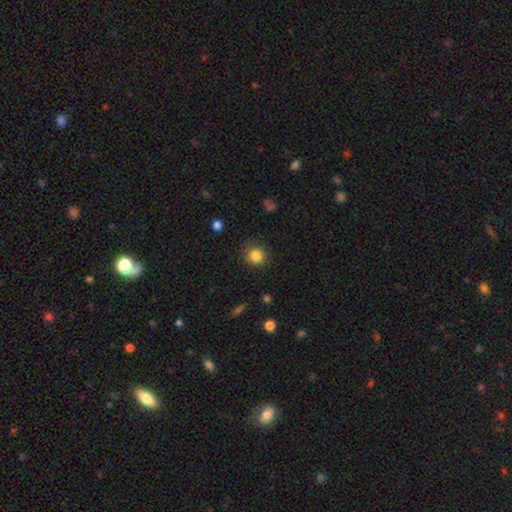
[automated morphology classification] A smooth galaxy with no disk features (85%) that is round (90%).

Vote fractions:
- Smooth or featured? smooth: 85% / star or artifact: 11% / featured or disk: 5%
- How rounded? round: 90% / in between: 9% / cigar-shaped: 1%
- Merging? none: 86% / minor disturbance: 10% / major disturbance: 3% / merger: 1%